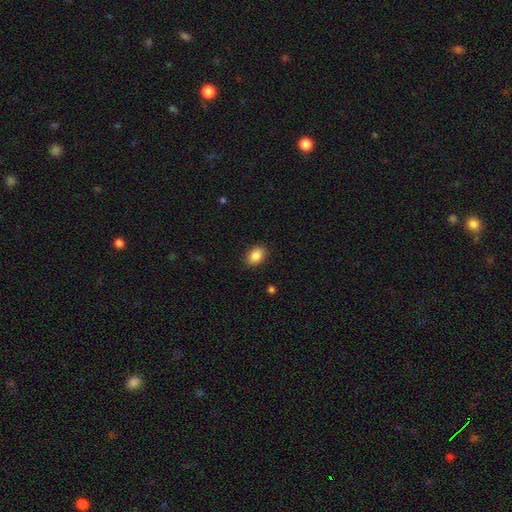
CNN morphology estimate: smooth_or_featured: smooth (p=0.87) [alt: star or artifact p=0.08]
how_rounded: in between (p=0.80) [alt: round p=0.18]
merging: none (p=0.89) [alt: minor disturbance p=0.08]